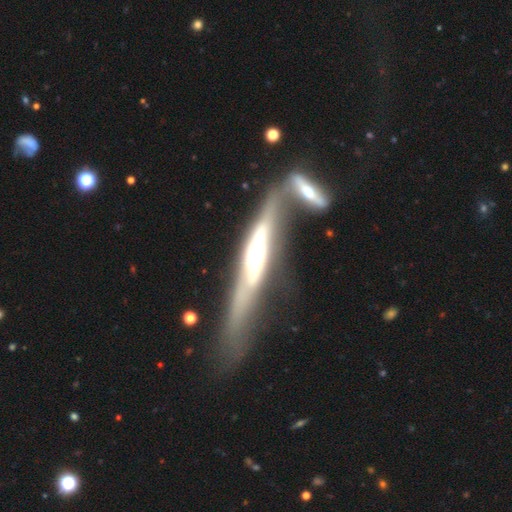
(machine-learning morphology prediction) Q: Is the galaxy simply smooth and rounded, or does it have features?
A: featured or disk — 74%.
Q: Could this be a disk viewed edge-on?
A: yes — 82%.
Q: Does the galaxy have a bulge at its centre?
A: rounded — 74%.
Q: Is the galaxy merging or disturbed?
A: merger — 47%.